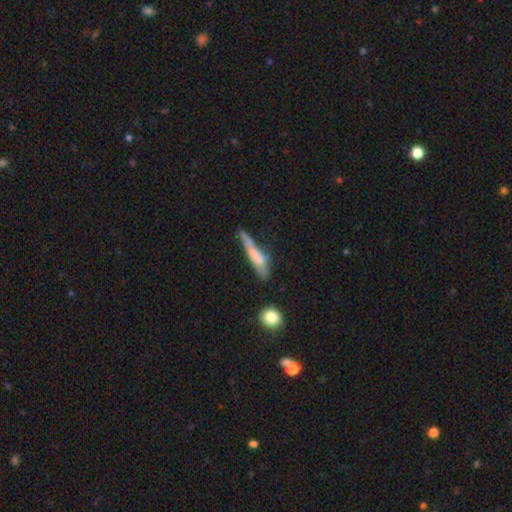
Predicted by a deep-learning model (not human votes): Morphology: type=smooth (58%); roundness=cigar-shaped (85%); merging=none (41%).